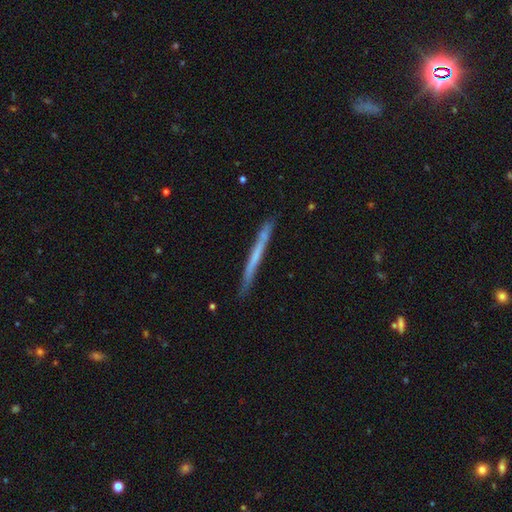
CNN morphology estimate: type=smooth (48%); merging=none (85%).